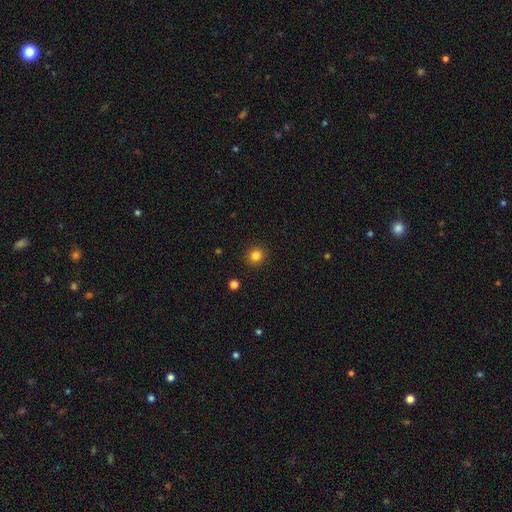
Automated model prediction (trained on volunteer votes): This is clearly a smooth galaxy (84%). How rounded: clearly round (87%). Merging: clearly none (91%).